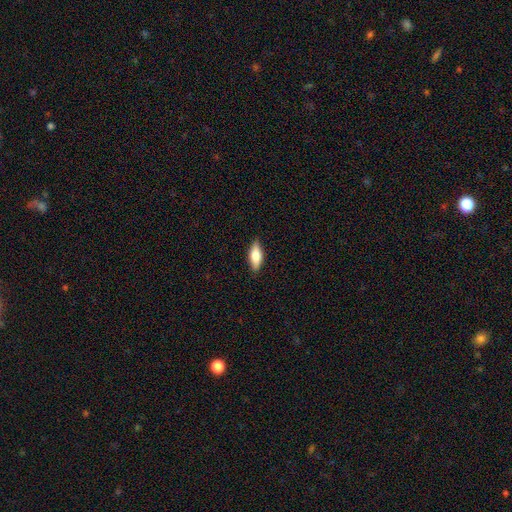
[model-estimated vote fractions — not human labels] Overall: smooth (69%). How rounded: in between (71%). Merging: none (87%).